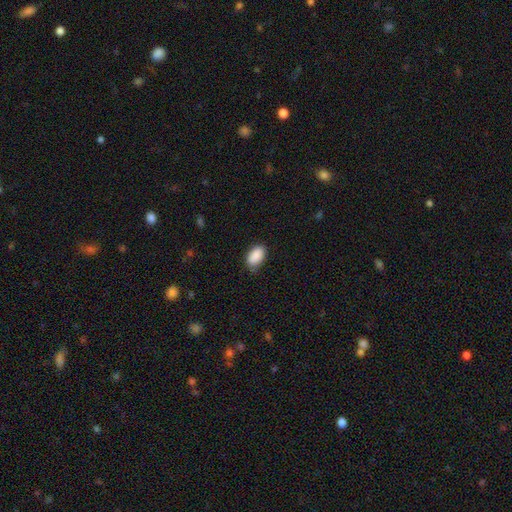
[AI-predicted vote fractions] Smooth or featured? smooth (90%)
How rounded? in between (93%)
Merging? none (79%)